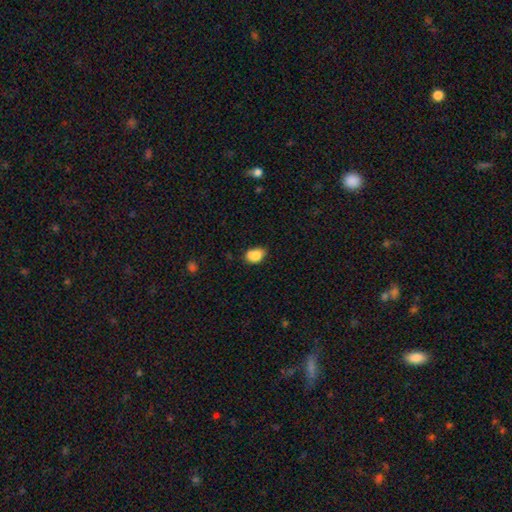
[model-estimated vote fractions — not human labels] Q: Smooth or featured?
A: smooth (86%); runner-up: star or artifact (8%)
Q: How rounded?
A: in between (80%); runner-up: round (19%)
Q: Merging?
A: none (68%); runner-up: minor disturbance (26%)